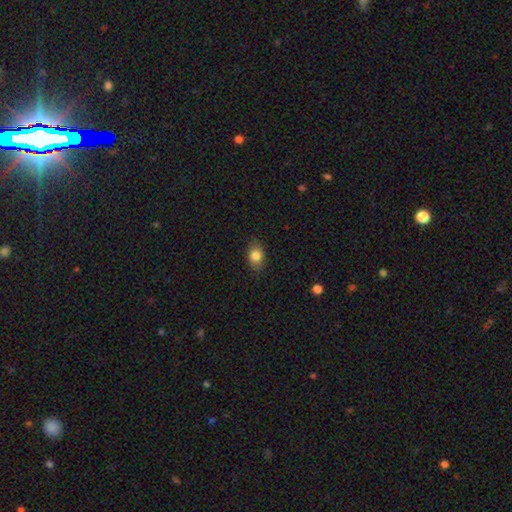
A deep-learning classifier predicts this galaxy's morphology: Q: Smooth or featured?
A: smooth (82%); runner-up: featured or disk (9%)
Q: How rounded?
A: in between (77%); runner-up: round (22%)
Q: Merging?
A: none (83%); runner-up: minor disturbance (13%)